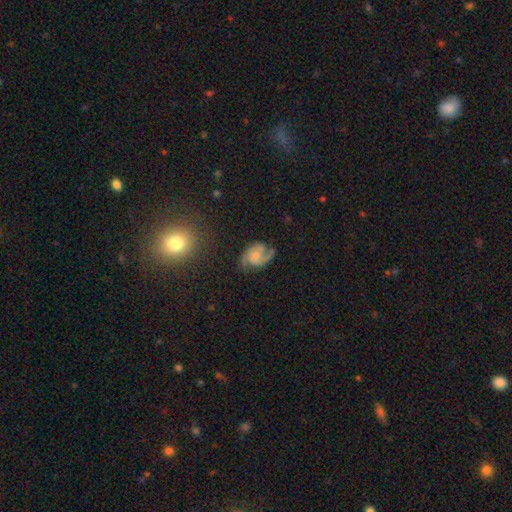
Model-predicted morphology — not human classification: Smooth or featured? Predicted: featured or disk (p=0.81). Edge-on disk? Predicted: no (p=0.98). Bar? Predicted: no (p=0.65). Spiral arms? Predicted: yes (p=0.96). Spiral winding? Predicted: medium (p=0.52). Spiral arm count? Predicted: 2 (p=0.76). Bulge size? Predicted: small (p=0.52). Merging? Predicted: none (p=0.66).